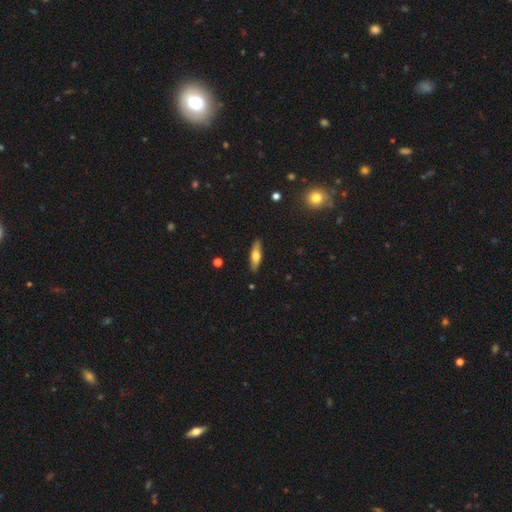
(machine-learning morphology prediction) Overall: smooth (57%; featured or disk 36%). How rounded: cigar-shaped (61%; in between 36%). Merging: none (88%).